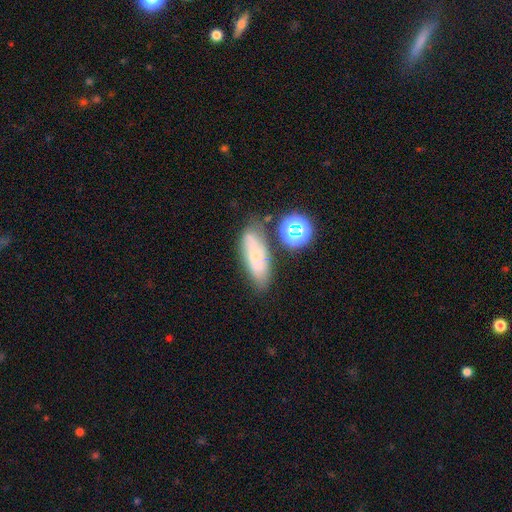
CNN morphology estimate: Smooth or featured? Predicted: smooth (p=0.49). Merging? Predicted: none (p=0.61).